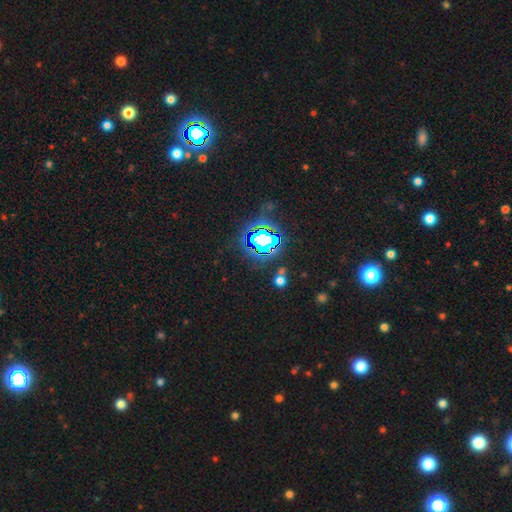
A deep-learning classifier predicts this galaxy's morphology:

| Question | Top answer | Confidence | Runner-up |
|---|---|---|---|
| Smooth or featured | star or artifact | 83% | smooth (10%) |